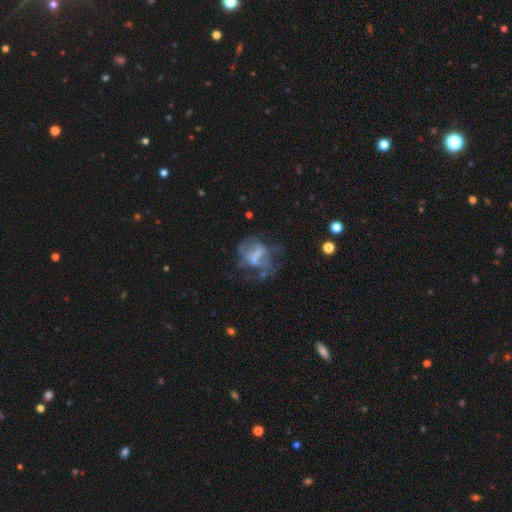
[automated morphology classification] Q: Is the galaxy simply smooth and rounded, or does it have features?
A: featured or disk — 57%.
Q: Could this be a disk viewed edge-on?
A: no — 97%.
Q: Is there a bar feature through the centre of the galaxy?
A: no — 45%.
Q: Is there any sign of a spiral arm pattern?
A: no — 75%.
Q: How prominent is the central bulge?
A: none — 46%.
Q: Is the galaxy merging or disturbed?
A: major disturbance — 38%.